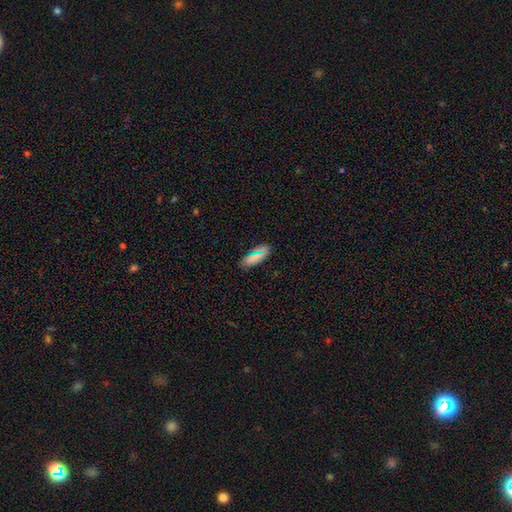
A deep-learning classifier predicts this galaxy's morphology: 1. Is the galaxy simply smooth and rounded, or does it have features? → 74% smooth, 15% star or artifact, 11% featured or disk.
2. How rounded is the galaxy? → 80% in between, 17% cigar-shaped, 3% round.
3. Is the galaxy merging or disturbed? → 84% none, 12% minor disturbance, 3% major disturbance, 2% merger.